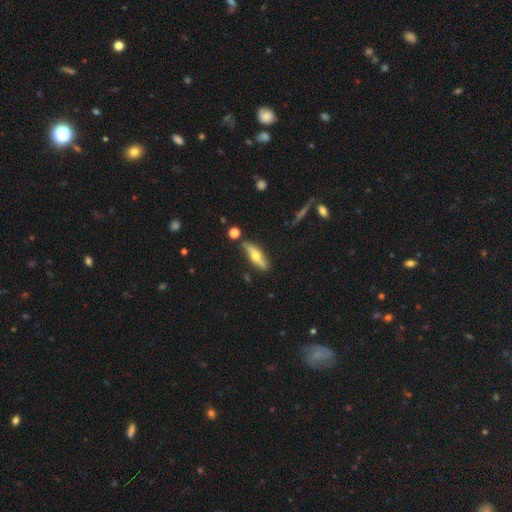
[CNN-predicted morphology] A featured or disk galaxy (53%) viewed edge-on (80%).

Vote fractions:
- Smooth or featured? featured or disk: 53% / smooth: 41% / star or artifact: 6%
- Edge-on disk? yes: 80% / no: 20%
- Merging? none: 78% / minor disturbance: 15% / merger: 4% / major disturbance: 3%